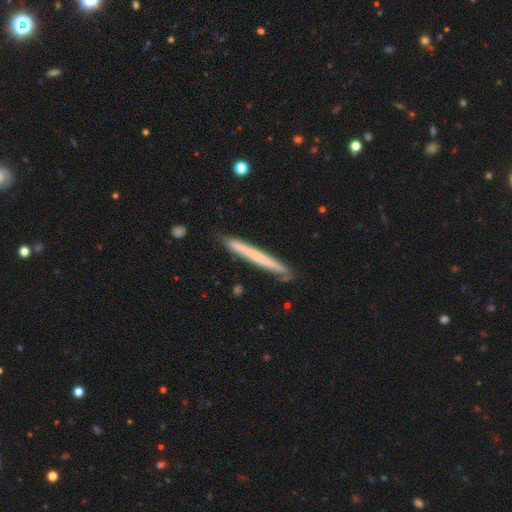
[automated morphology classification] Smooth or featured: smooth — 54% (featured or disk — 40%)
How rounded: cigar-shaped — 97% (in between — 2%)
Merging: none — 86% (minor disturbance — 10%)